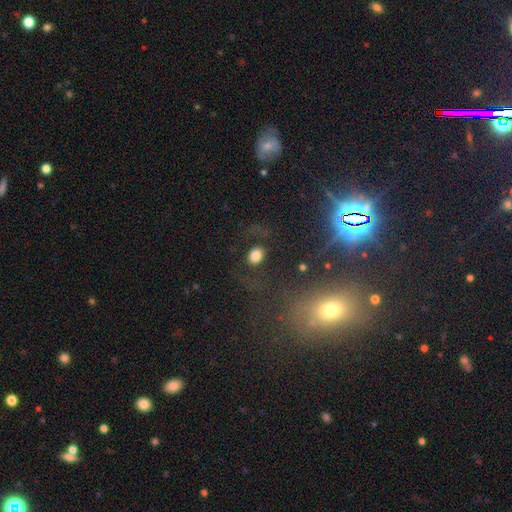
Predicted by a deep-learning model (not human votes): Overall: smooth (75%). How rounded: in between (58%; round 41%). Merging: none (76%).